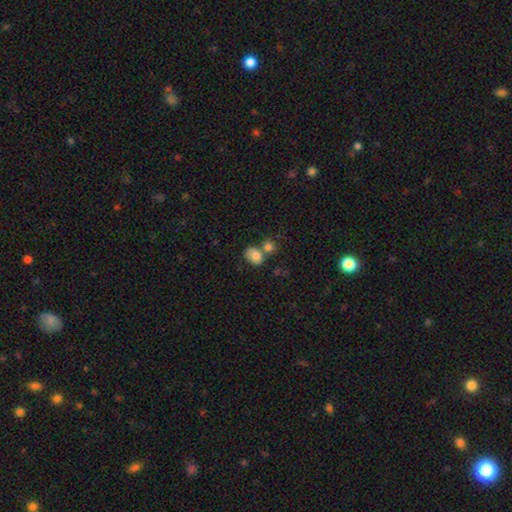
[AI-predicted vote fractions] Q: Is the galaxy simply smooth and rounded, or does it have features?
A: smooth — 81%.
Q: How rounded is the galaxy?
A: in between — 60%.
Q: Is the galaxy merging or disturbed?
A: none — 41%.